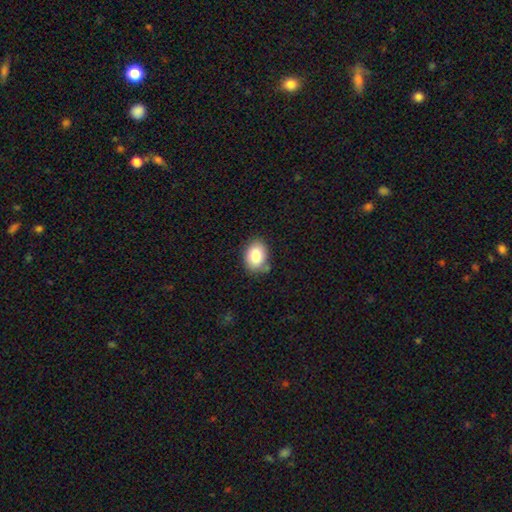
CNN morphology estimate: Overall: smooth (82%). How rounded: in between (69%; round 30%). Merging: none (76%).